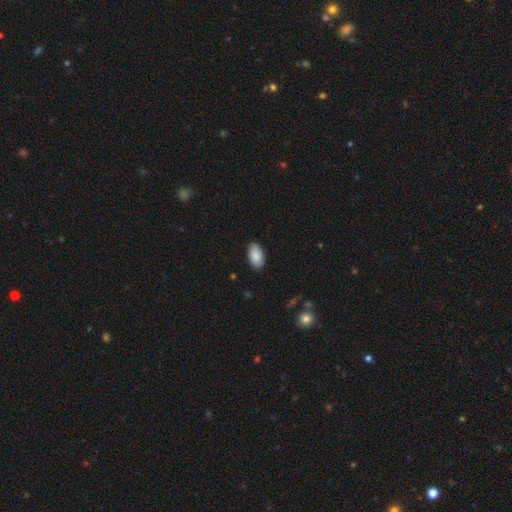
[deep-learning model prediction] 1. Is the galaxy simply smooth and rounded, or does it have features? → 87% smooth, 7% featured or disk, 6% star or artifact.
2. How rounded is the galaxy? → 95% in between, 3% round, 2% cigar-shaped.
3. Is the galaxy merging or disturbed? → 85% none, 12% minor disturbance, 2% major disturbance, 1% merger.